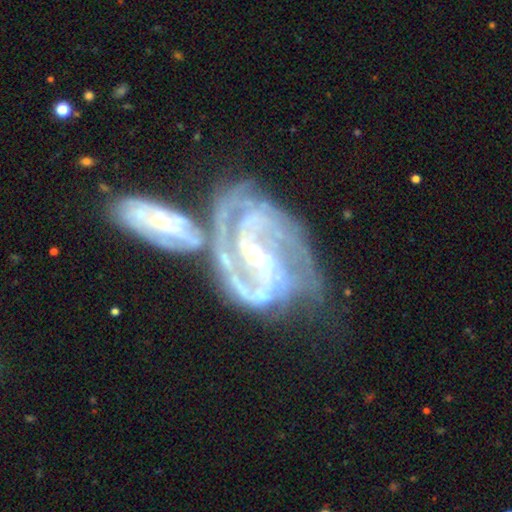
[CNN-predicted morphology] This appears to be a featured or disk galaxy (90%) with a weak bar (41%), 2 (51%) tight (46%) spiral arms (96%) and a small central bulge (63%). Merging: merger (53%).